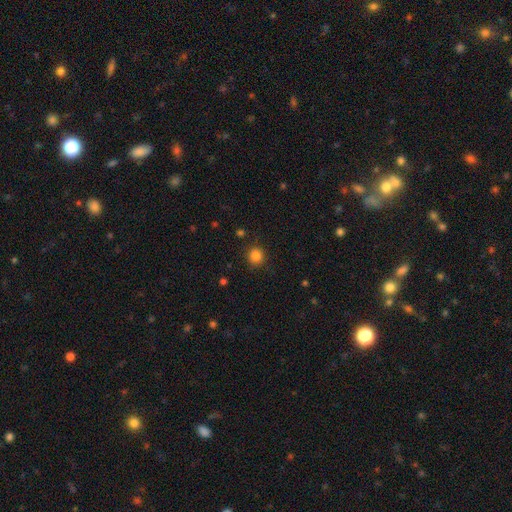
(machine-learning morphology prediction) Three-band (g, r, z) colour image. It shows a smooth galaxy with no disk features (84%) that is round (92%). Merging: none (89%).